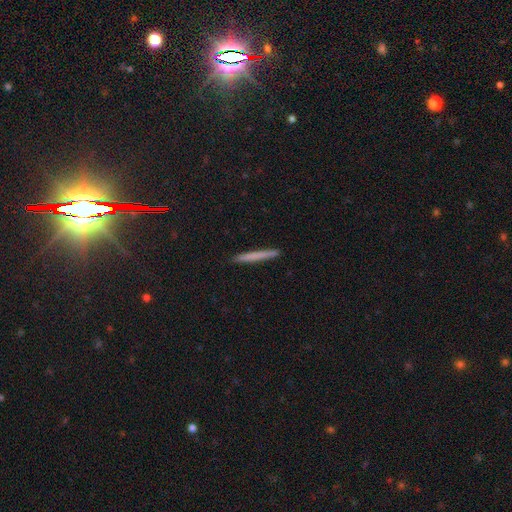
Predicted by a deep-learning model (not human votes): Smooth or featured: smooth — 69% (featured or disk — 24%)
How rounded: cigar-shaped — 97% (in between — 2%)
Merging: none — 92% (minor disturbance — 5%)